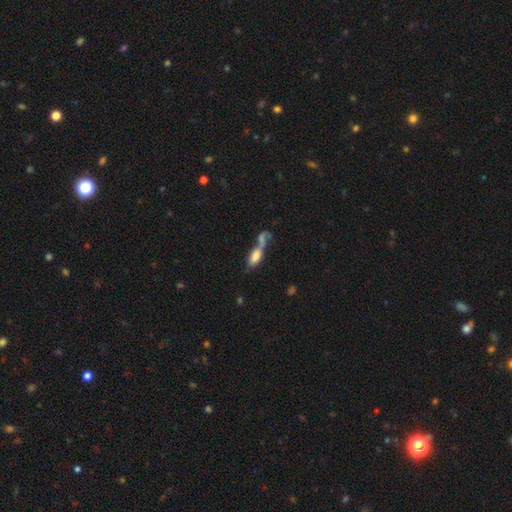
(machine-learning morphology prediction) Q: Smooth or featured?
A: smooth (71%); runner-up: featured or disk (20%)
Q: How rounded?
A: in between (80%); runner-up: cigar-shaped (16%)
Q: Merging?
A: merger (65%); runner-up: none (18%)